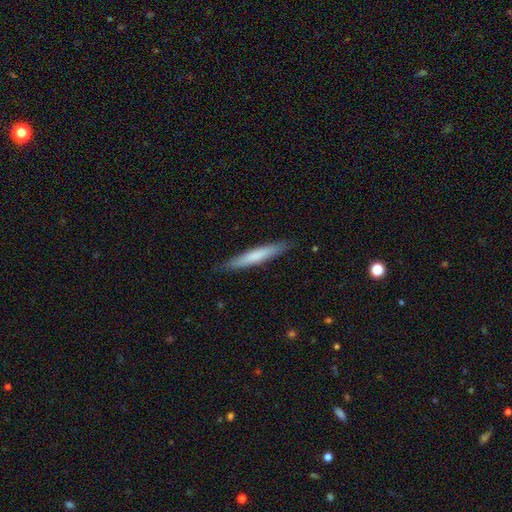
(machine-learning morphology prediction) A smooth galaxy with no disk features (69%) that is cigar-shaped (94%).

Vote fractions:
- Smooth or featured? smooth: 69% / featured or disk: 26% / star or artifact: 5%
- How rounded? cigar-shaped: 94% / in between: 5% / round: 1%
- Merging? none: 87% / minor disturbance: 10% / major disturbance: 2% / merger: 1%